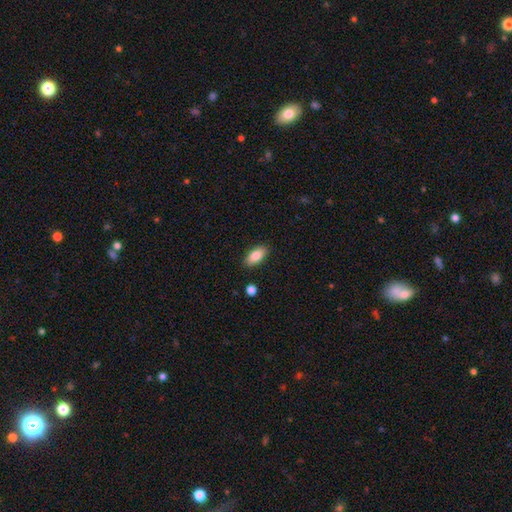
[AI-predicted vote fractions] A smooth galaxy with no disk features (86%) that is in between round and cigar-shaped (89%). Merging: none (87%).